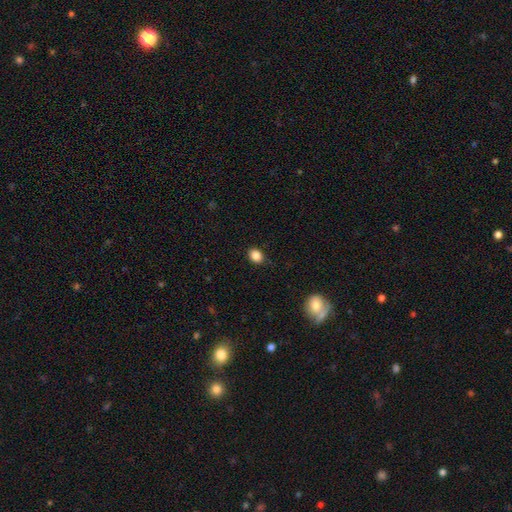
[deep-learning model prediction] Q: Smooth or featured?
A: smooth (86%); runner-up: star or artifact (10%)
Q: How rounded?
A: in between (52%); runner-up: round (47%)
Q: Merging?
A: none (86%); runner-up: minor disturbance (10%)